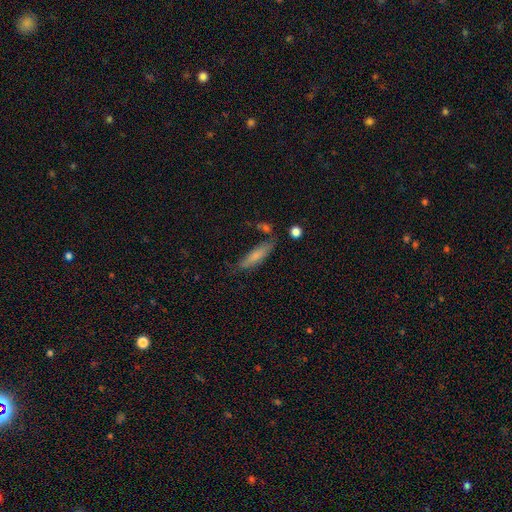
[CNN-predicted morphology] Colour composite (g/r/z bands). It shows a smooth galaxy with no disk features (71%) that is cigar-shaped (69%). Merging: none (64%).